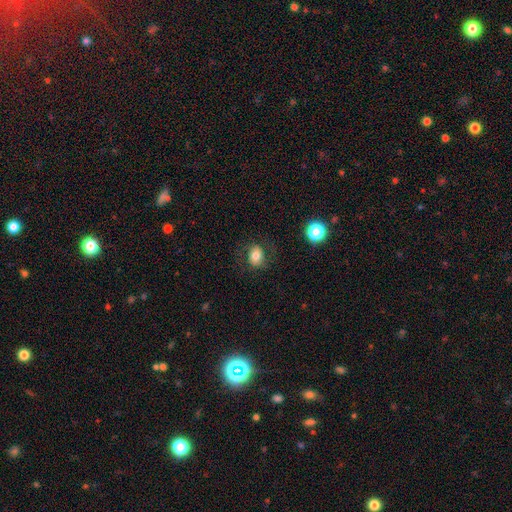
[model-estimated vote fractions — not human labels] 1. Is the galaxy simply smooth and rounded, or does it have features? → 73% smooth, 16% featured or disk, 11% star or artifact.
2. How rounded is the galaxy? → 56% in between, 43% round, 1% cigar-shaped.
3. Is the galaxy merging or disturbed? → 78% none, 14% minor disturbance, 7% major disturbance, 1% merger.